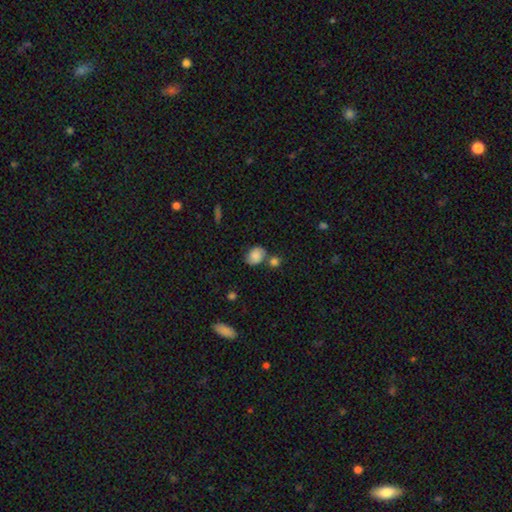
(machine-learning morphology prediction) smooth-or-featured: smooth: 72% | featured or disk: 19% | star or artifact: 9%
  how-rounded: in between: 51% | round: 48% | cigar-shaped: 1%
  merging: none: 52% | merger: 25% | minor disturbance: 18% | major disturbance: 6%